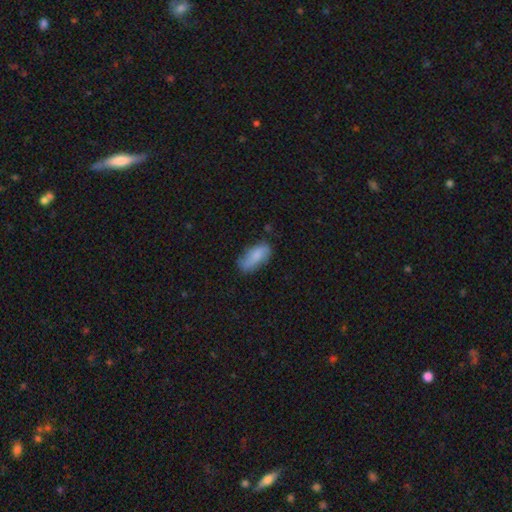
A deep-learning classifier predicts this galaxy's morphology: Smooth or featured?
  - smooth: 71% *
  - featured or disk: 21%
  - star or artifact: 7%
How rounded?
  - in between: 85% *
  - cigar-shaped: 12%
  - round: 3%
Merging?
  - none: 65% *
  - minor disturbance: 26%
  - major disturbance: 7%
  - merger: 3%